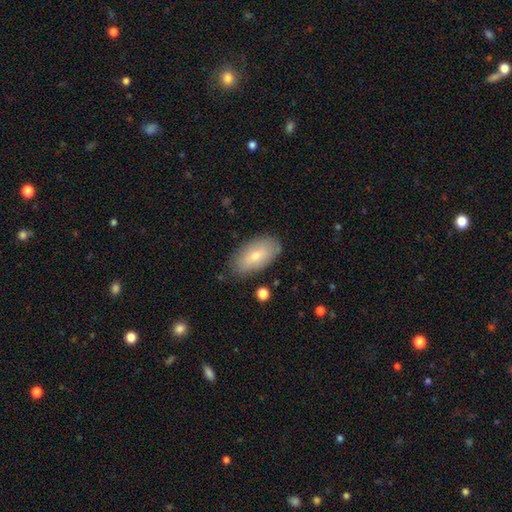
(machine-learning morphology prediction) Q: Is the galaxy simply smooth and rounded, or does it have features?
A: smooth — 68%.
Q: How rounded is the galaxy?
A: in between — 92%.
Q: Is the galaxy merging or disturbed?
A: none — 81%.